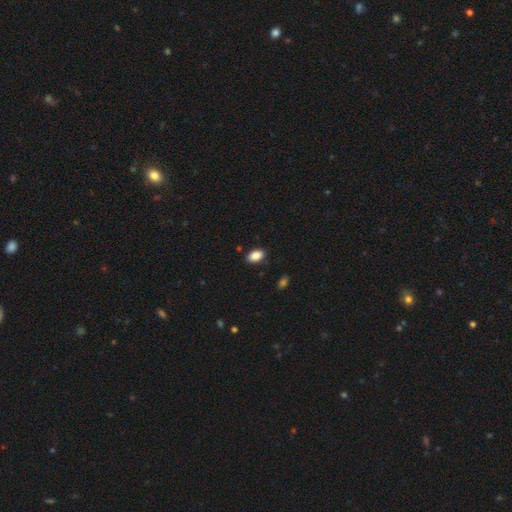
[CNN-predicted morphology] Smooth or featured? Predicted: smooth (p=0.88). How rounded? Predicted: in between (p=0.90). Merging? Predicted: none (p=0.86).